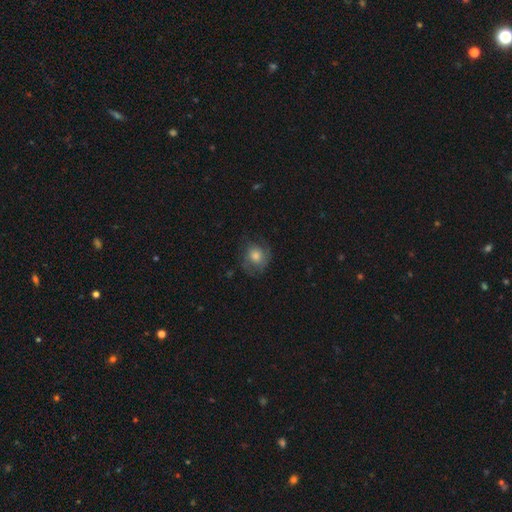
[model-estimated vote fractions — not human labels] smooth_or_featured: smooth (p=0.60) [alt: featured or disk p=0.30]
how_rounded: round (p=0.78) [alt: in between p=0.21]
merging: none (p=0.66) [alt: minor disturbance p=0.21]